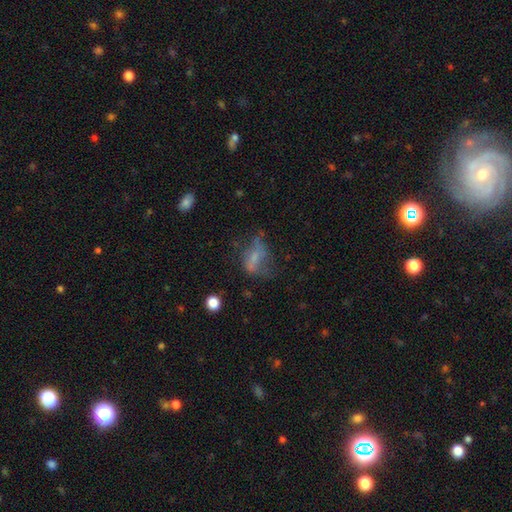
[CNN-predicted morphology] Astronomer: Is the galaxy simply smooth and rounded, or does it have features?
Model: smooth — 47% (runner-up: featured or disk, 37%).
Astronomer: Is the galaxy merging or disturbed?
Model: major disturbance — 38% (runner-up: none, 33%).